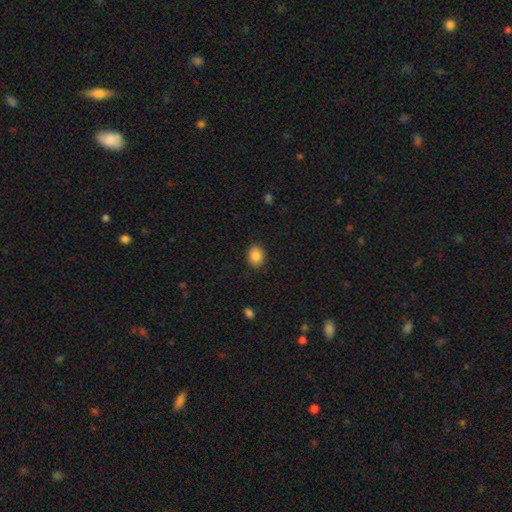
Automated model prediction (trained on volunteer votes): Overall: smooth (87%). How rounded: round (51%; in between 48%). Merging: none (89%).